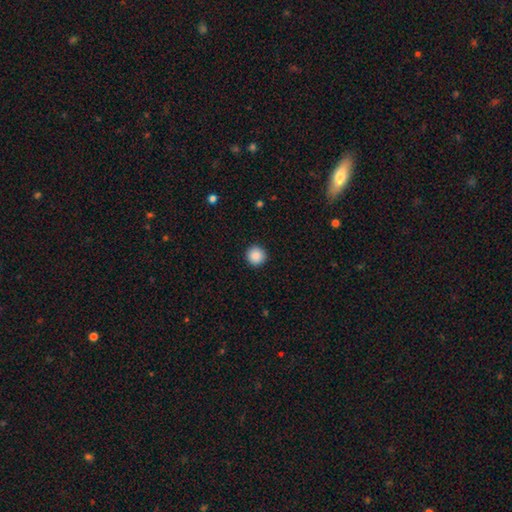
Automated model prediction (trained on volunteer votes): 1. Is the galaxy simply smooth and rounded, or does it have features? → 89% smooth, 9% star or artifact, 3% featured or disk.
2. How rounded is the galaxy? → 96% round, 3% in between, 1% cigar-shaped.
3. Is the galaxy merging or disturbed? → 93% none, 4% minor disturbance, 2% major disturbance, 1% merger.